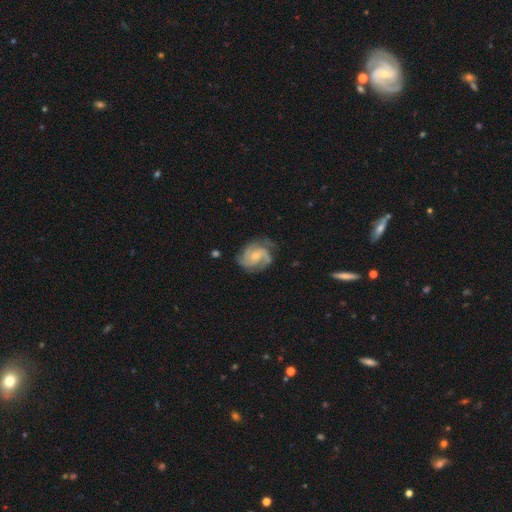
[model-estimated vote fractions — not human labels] Q: Smooth or featured?
A: featured or disk (86%); runner-up: smooth (9%)
Q: Edge-on disk?
A: no (98%); runner-up: yes (2%)
Q: Bar?
A: no (65%); runner-up: weak (30%)
Q: Spiral arms?
A: yes (97%); runner-up: no (3%)
Q: Spiral winding?
A: medium (47%); runner-up: tight (41%)
Q: Spiral arm count?
A: 3 (52%); runner-up: 2 (16%)
Q: Bulge size?
A: small (59%); runner-up: moderate (34%)
Q: Merging?
A: none (70%); runner-up: minor disturbance (20%)